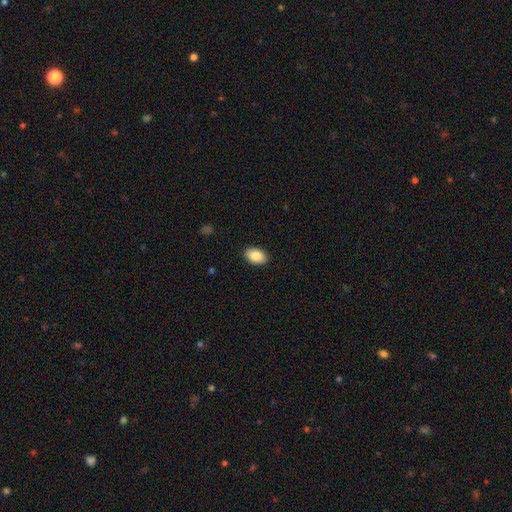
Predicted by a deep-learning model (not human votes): smooth 87%, star or artifact 7%, featured or disk 7%. Down the decision tree: how rounded — in between (90%); merging — none (90%).